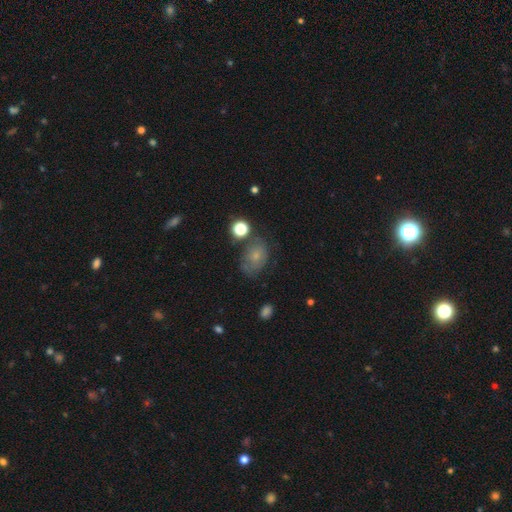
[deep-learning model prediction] Smooth or featured? smooth (61%)
How rounded? in between (69%)
Merging? none (56%)